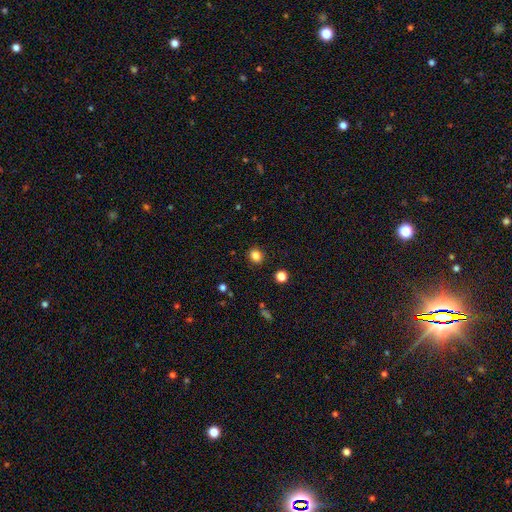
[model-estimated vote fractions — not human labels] A smooth galaxy with no disk features (84%) that is round (63%).

Vote fractions:
- Smooth or featured? smooth: 84% / star or artifact: 12% / featured or disk: 4%
- How rounded? round: 63% / in between: 36% / cigar-shaped: 1%
- Merging? none: 89% / minor disturbance: 7% / major disturbance: 2% / merger: 1%